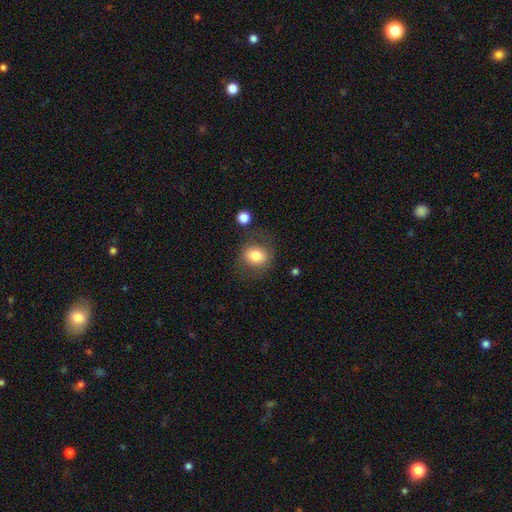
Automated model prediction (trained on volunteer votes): Smooth or featured? smooth (80%)
How rounded? round (64%)
Merging? none (74%)